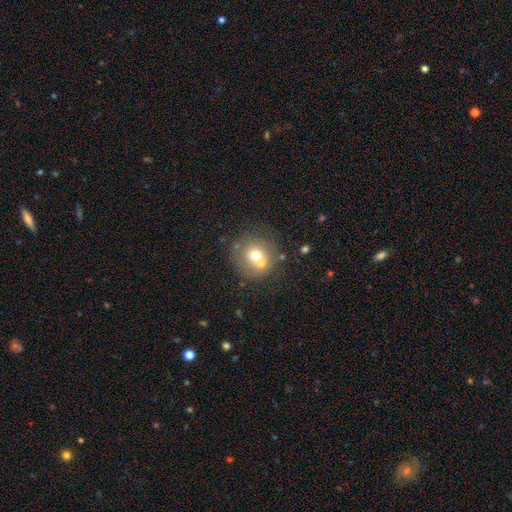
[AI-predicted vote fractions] smooth 64%, featured or disk 23%, star or artifact 13%. Down the decision tree: how rounded — round (89%); merging — none (55%).